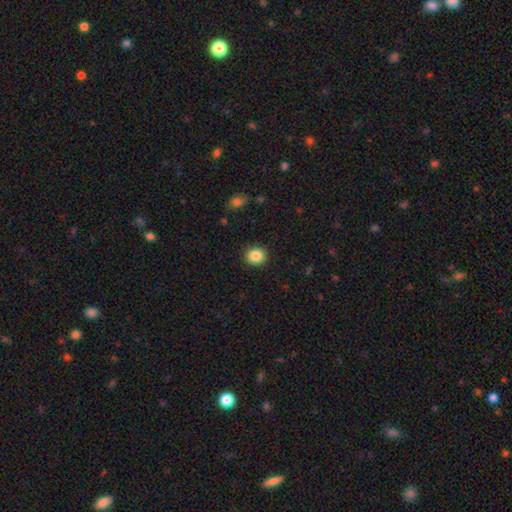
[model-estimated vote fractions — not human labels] Q: Smooth or featured?
A: smooth (86%); runner-up: star or artifact (10%)
Q: How rounded?
A: round (82%); runner-up: in between (17%)
Q: Merging?
A: none (91%); runner-up: minor disturbance (6%)